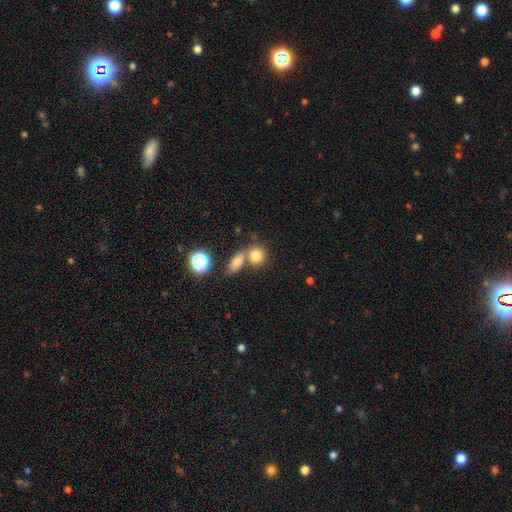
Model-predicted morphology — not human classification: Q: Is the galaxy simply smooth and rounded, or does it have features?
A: smooth — 79%.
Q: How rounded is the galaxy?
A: round — 72%.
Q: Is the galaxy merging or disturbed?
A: none — 50%.